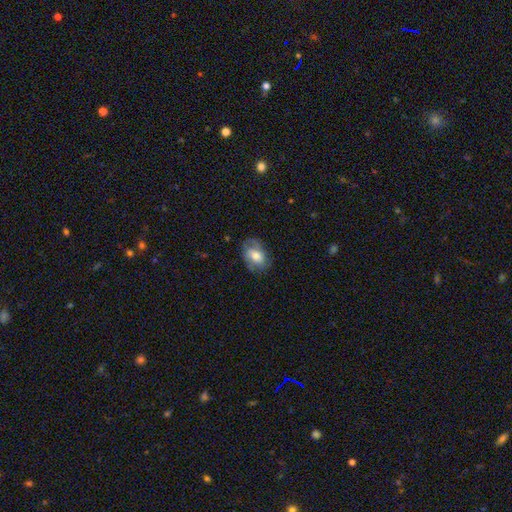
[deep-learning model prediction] Q: Smooth or featured?
A: smooth (58%); runner-up: featured or disk (34%)
Q: How rounded?
A: in between (79%); runner-up: round (19%)
Q: Merging?
A: none (68%); runner-up: minor disturbance (23%)